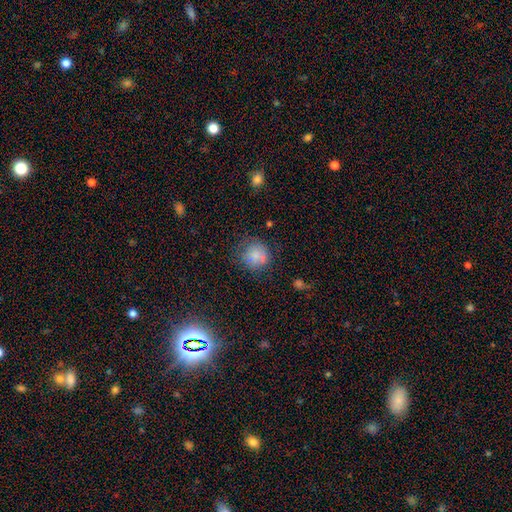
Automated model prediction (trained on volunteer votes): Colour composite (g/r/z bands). It shows a smooth galaxy with no disk features (76%) that is round (85%). Merging: none (64%).